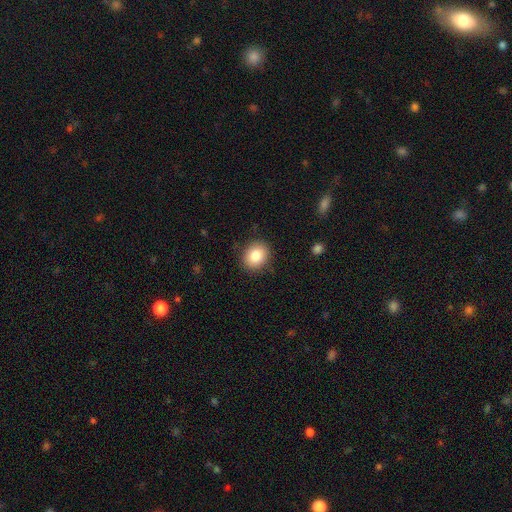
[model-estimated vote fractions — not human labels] Smooth or featured: smooth — 84% (star or artifact — 9%)
How rounded: round — 65% (in between — 34%)
Merging: none — 88% (minor disturbance — 9%)